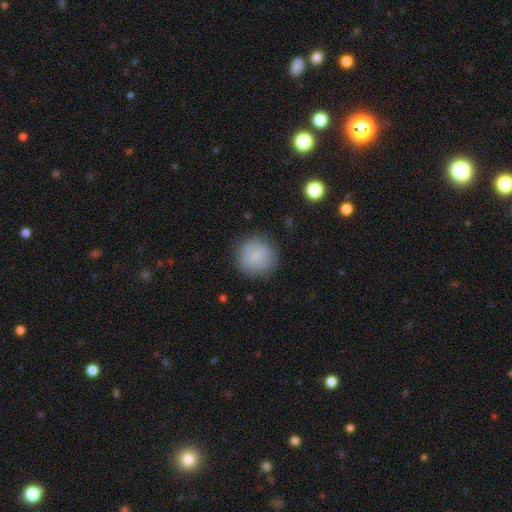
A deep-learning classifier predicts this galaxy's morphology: smooth-or-featured: smooth: 82% | featured or disk: 11% | star or artifact: 8%
  how-rounded: round: 94% | in between: 5% | cigar-shaped: 1%
  merging: none: 82% | minor disturbance: 13% | major disturbance: 4% | merger: 1%